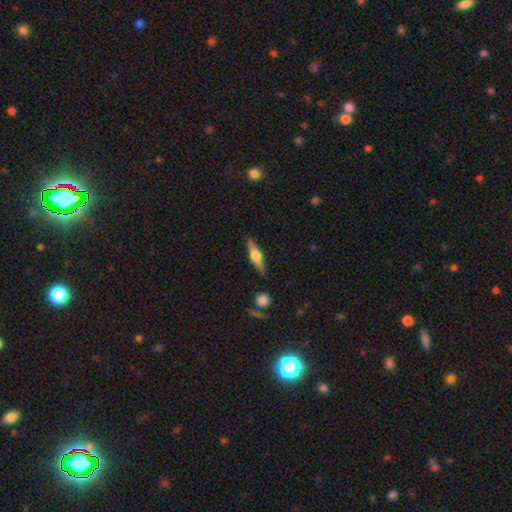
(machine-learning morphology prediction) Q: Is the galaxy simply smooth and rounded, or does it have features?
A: featured or disk — 70%.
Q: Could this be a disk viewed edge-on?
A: yes — 97%.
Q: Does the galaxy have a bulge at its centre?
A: rounded — 93%.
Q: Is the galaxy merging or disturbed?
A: none — 88%.